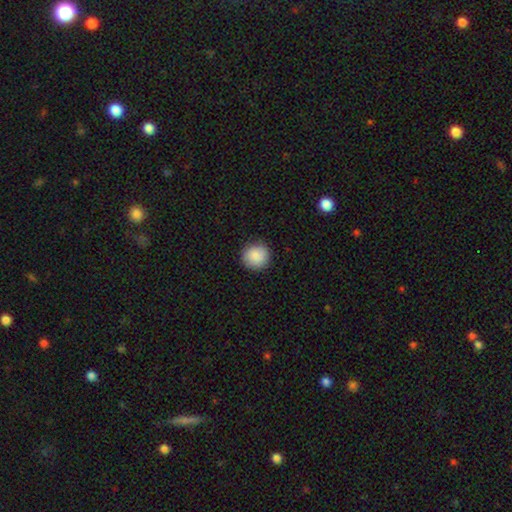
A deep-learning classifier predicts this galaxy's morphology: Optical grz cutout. It shows a smooth galaxy with no disk features (88%) that is round (93%). Merging: none (90%).